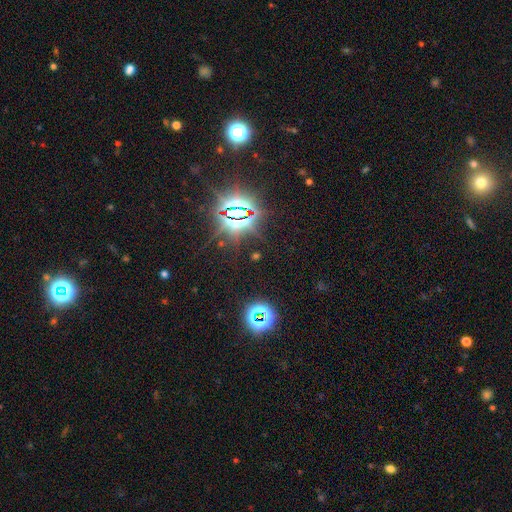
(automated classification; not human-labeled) A star or artifact, not a galaxy (81%).